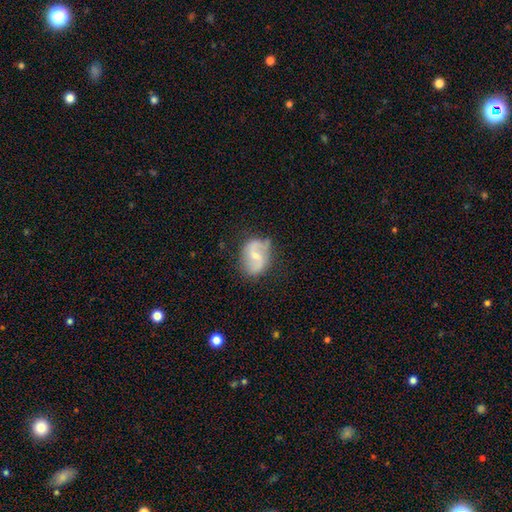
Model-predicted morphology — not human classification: Overall: featured or disk (75%). Edge-on disk: no (97%). Bar: weak (50%; no 29%). Spiral arms: yes (90%). Spiral arm count: 2 (88%). Spiral winding: loose (53%; medium 36%). Bulge size: small (58%; moderate 35%). Merging: none (67%).